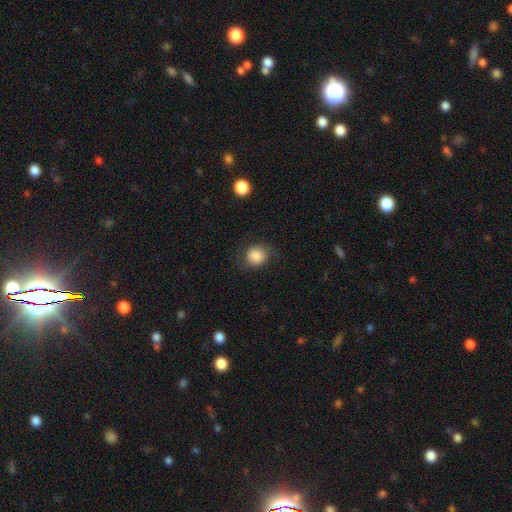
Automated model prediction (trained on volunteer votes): Morphology: type=smooth (79%); roundness=round (75%); merging=none (73%).